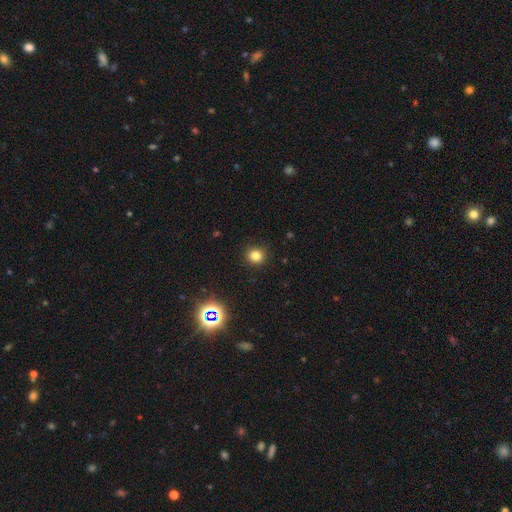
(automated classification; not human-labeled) Overall: smooth (80%). How rounded: round (90%). Merging: none (91%).